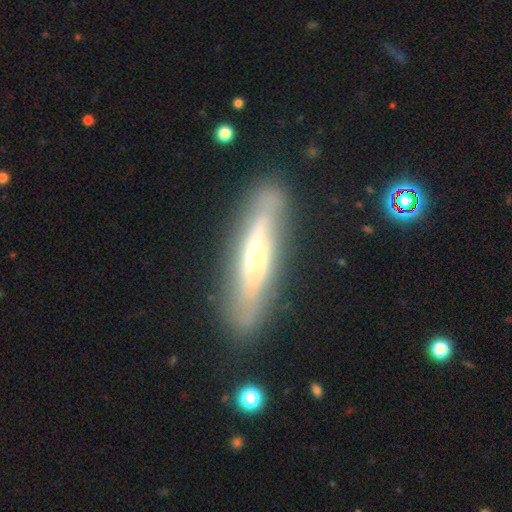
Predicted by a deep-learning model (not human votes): Smooth or featured? Predicted: featured or disk (p=0.64). Edge-on disk? Predicted: yes (p=0.57). Merging? Predicted: none (p=0.80).